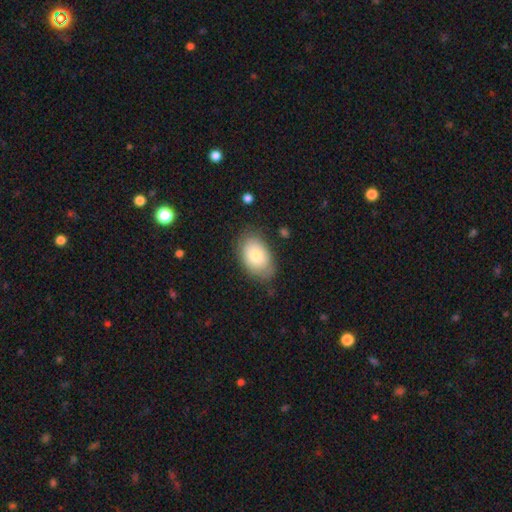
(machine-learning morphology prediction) A smooth galaxy with no disk features (78%) that is in between round and cigar-shaped (89%).

Vote fractions:
- Smooth or featured? smooth: 78% / featured or disk: 16% / star or artifact: 7%
- How rounded? in between: 89% / round: 10% / cigar-shaped: 1%
- Merging? none: 76% / minor disturbance: 18% / major disturbance: 5% / merger: 2%